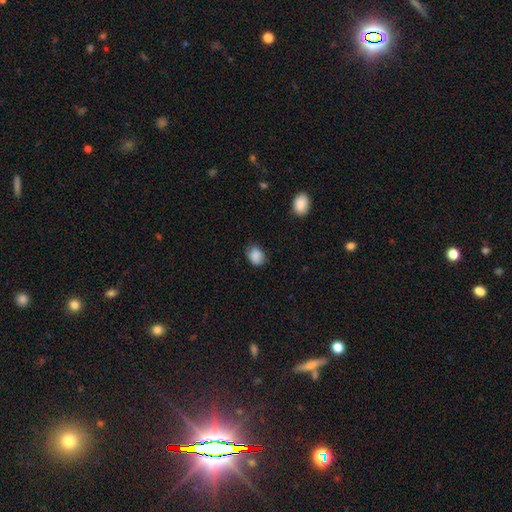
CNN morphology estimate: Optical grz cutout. It shows a smooth galaxy with no disk features (88%) that is in between round and cigar-shaped (58%). Merging: none (70%).